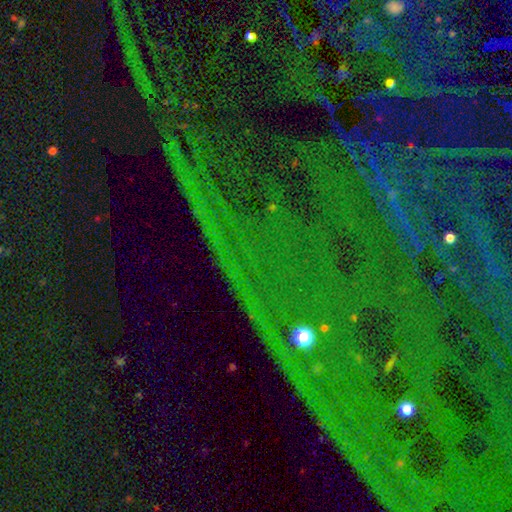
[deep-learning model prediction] smooth_or_featured: star or artifact (p=0.85) [alt: featured or disk p=0.08]